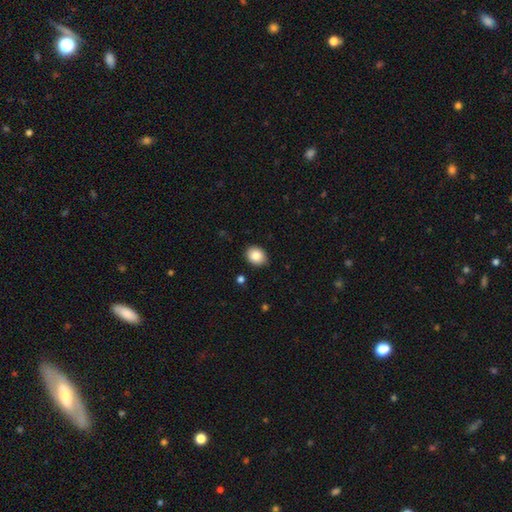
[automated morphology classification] Smooth or featured: smooth — 85% (star or artifact — 9%)
How rounded: round — 55% (in between — 45%)
Merging: none — 86% (minor disturbance — 11%)